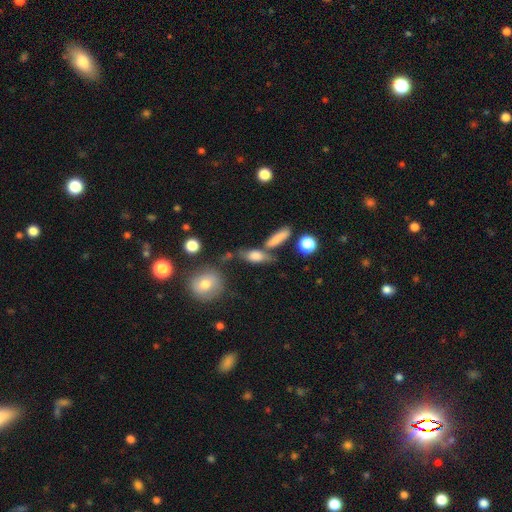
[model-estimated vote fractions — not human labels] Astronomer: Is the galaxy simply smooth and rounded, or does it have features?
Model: smooth — 64%.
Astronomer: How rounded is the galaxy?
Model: in between — 60%.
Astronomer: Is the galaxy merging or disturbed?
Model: none — 51%.